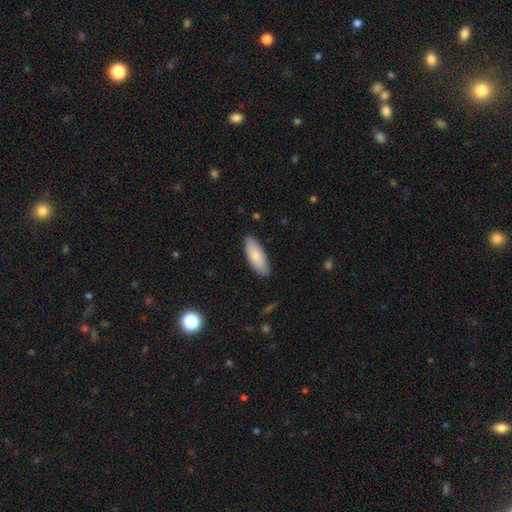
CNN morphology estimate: Smooth or featured? smooth (82%)
How rounded? in between (75%)
Merging? none (85%)